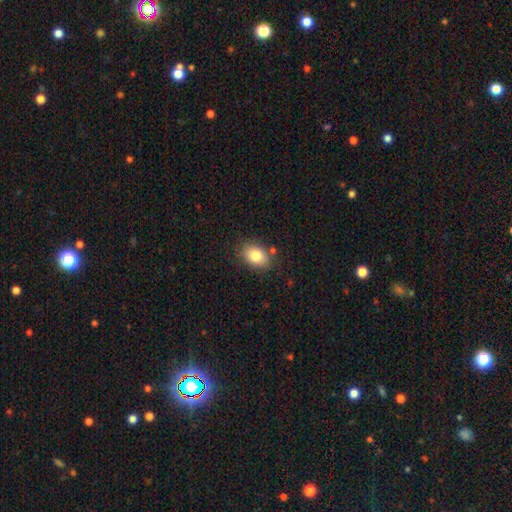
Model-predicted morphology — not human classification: This is clearly a smooth galaxy (82%). How rounded: likely in between (77%). Merging: clearly none (81%).